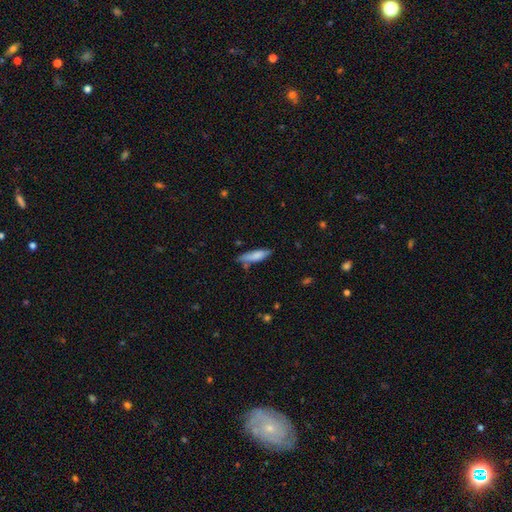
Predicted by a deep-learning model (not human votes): Smooth or featured?
  - smooth: 79% *
  - featured or disk: 15%
  - star or artifact: 6%
How rounded?
  - cigar-shaped: 64% *
  - in between: 34%
  - round: 2%
Merging?
  - none: 67% *
  - minor disturbance: 23%
  - merger: 5%
  - major disturbance: 5%